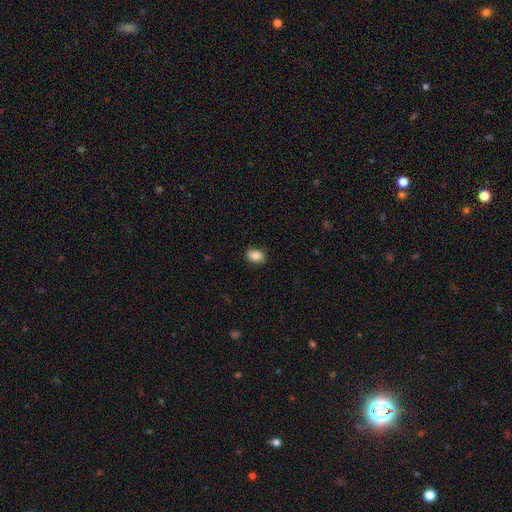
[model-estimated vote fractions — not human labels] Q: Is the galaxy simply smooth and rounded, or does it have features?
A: smooth — 86%.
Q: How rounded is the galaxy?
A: in between — 85%.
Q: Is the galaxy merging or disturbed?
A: none — 86%.